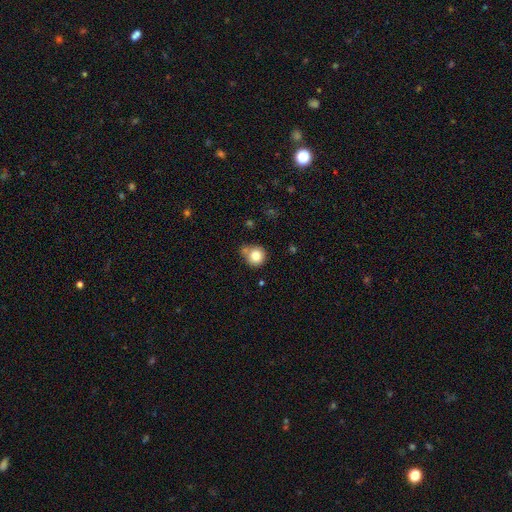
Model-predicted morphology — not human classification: smooth 82%, star or artifact 10%, featured or disk 8%. Down the decision tree: how rounded — round (91%); merging — none (63%).